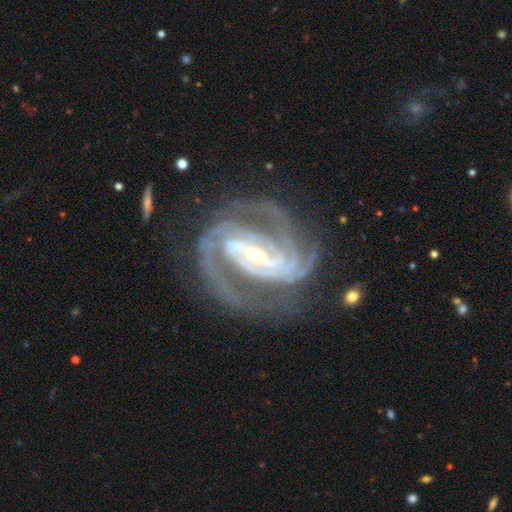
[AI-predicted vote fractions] Smooth or featured? Predicted: featured or disk (p=0.93). Edge-on disk? Predicted: no (p=0.97). Bar? Predicted: strong (p=0.60). Spiral arms? Predicted: yes (p=0.99). Spiral winding? Predicted: tight (p=0.56). Spiral arm count? Predicted: 3 (p=0.36). Bulge size? Predicted: small (p=0.67). Merging? Predicted: none (p=0.67).